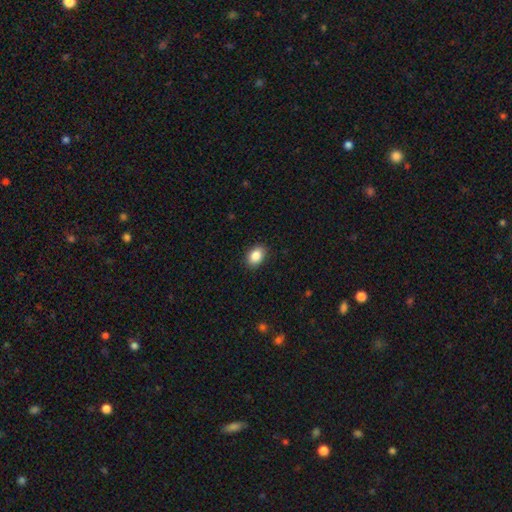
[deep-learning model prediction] smooth_or_featured: smooth (p=0.87) [alt: star or artifact p=0.08]
how_rounded: in between (p=0.74) [alt: round p=0.24]
merging: none (p=0.89) [alt: minor disturbance p=0.08]